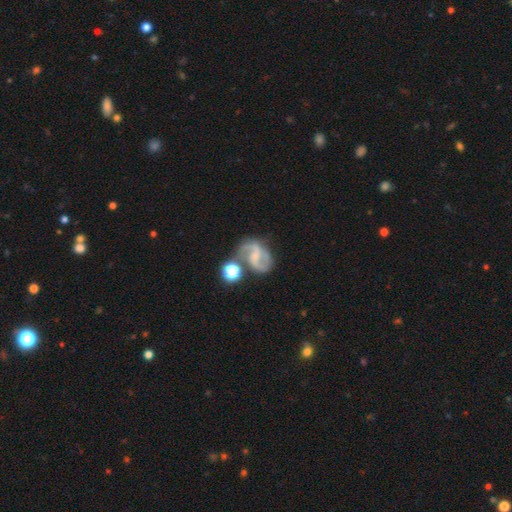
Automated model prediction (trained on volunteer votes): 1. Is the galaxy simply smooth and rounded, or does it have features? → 82% featured or disk, 11% smooth, 8% star or artifact.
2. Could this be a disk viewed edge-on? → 98% no, 2% yes.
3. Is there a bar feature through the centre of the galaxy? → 46% weak, 33% no, 21% strong.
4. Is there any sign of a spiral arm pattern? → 95% yes, 5% no.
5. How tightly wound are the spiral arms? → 49% medium, 39% loose, 12% tight.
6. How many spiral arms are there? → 90% 2, 4% can't tell, 2% 1, 2% 3, 1% 4, 1% more than 4.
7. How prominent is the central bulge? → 45% none, 34% small, 16% moderate, 4% large, 1% dominant.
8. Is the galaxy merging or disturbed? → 55% none, 19% minor disturbance, 15% merger, 11% major disturbance.